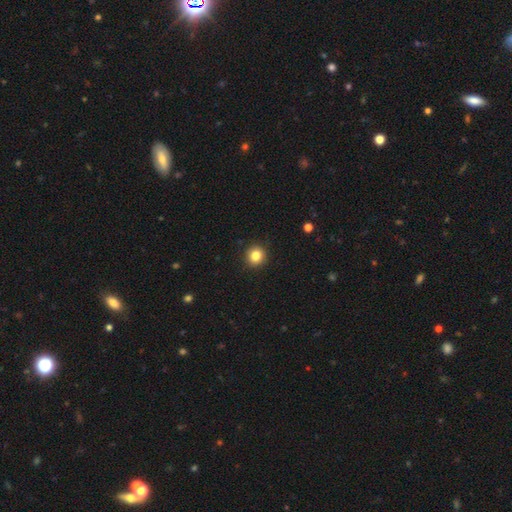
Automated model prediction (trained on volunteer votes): Morphology: type=smooth (84%); roundness=round (90%); merging=none (92%).